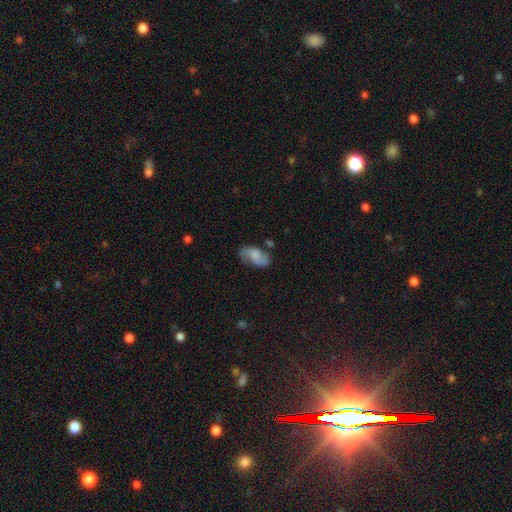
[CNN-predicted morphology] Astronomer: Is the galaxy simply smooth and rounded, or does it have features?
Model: smooth — 52% (runner-up: featured or disk, 40%).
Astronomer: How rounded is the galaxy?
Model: in between — 91%.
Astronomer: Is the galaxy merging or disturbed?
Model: none — 57%.